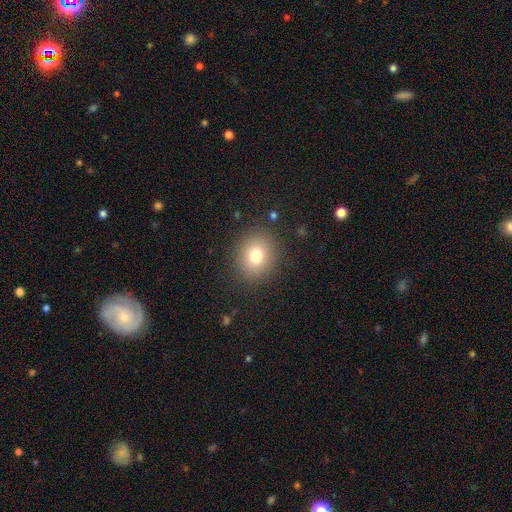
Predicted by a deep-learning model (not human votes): Smooth or featured? Predicted: smooth (p=0.77). How rounded? Predicted: round (p=0.67). Merging? Predicted: none (p=0.87).